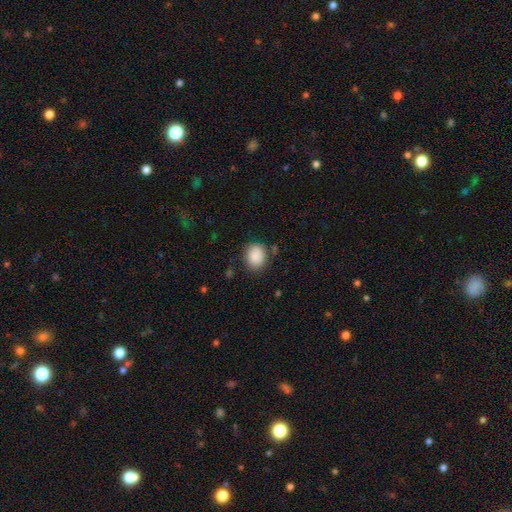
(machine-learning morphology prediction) Q: Smooth or featured?
A: smooth (88%); runner-up: star or artifact (8%)
Q: How rounded?
A: in between (50%); runner-up: round (49%)
Q: Merging?
A: none (79%); runner-up: minor disturbance (14%)